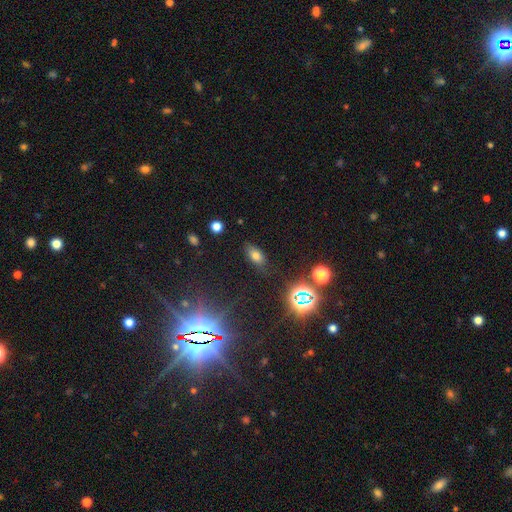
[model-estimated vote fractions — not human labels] Overall: smooth (69%). How rounded: in between (84%). Merging: none (79%).